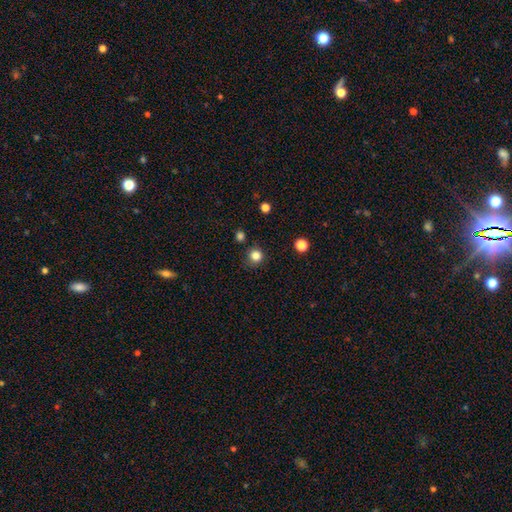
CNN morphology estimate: smooth 83%, star or artifact 13%, featured or disk 4%. Down the decision tree: how rounded — round (92%); merging — none (84%).